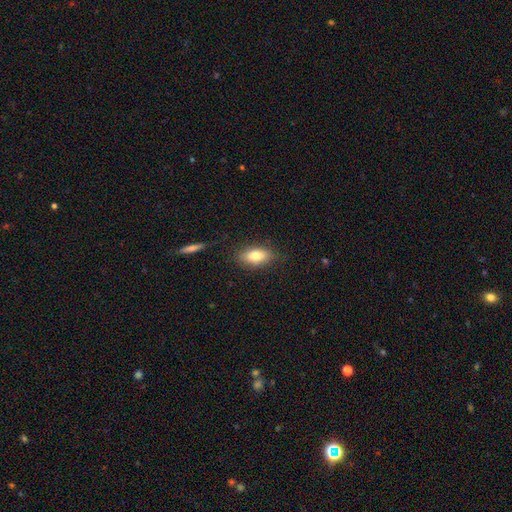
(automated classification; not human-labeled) smooth 77%, featured or disk 15%, star or artifact 8%. Down the decision tree: how rounded — in between (85%); merging — none (83%).